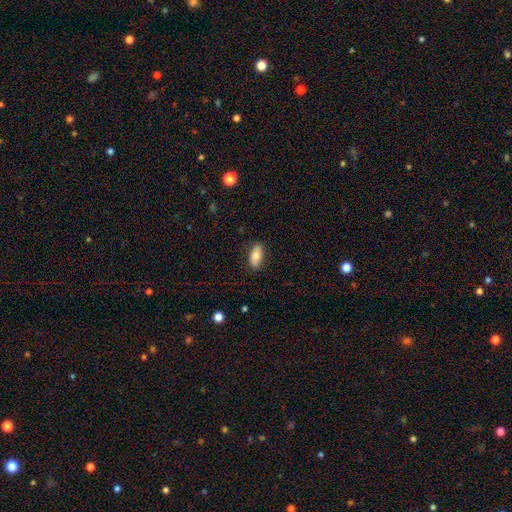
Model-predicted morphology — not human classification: This is likely a smooth galaxy (75%). How rounded: clearly in between (87%). Merging: clearly none (87%).